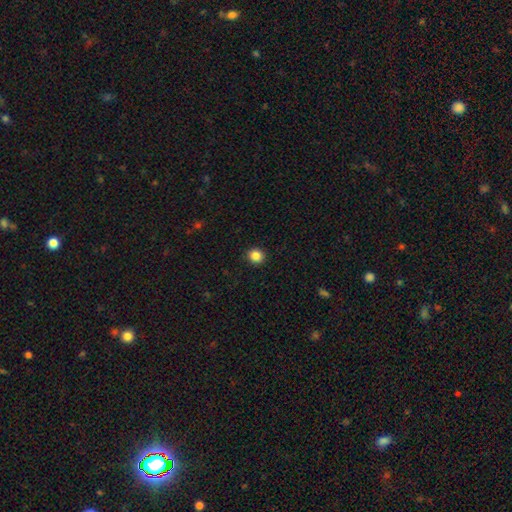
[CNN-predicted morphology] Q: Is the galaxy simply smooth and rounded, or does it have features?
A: smooth — 86%.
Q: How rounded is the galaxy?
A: round — 90%.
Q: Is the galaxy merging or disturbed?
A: none — 92%.